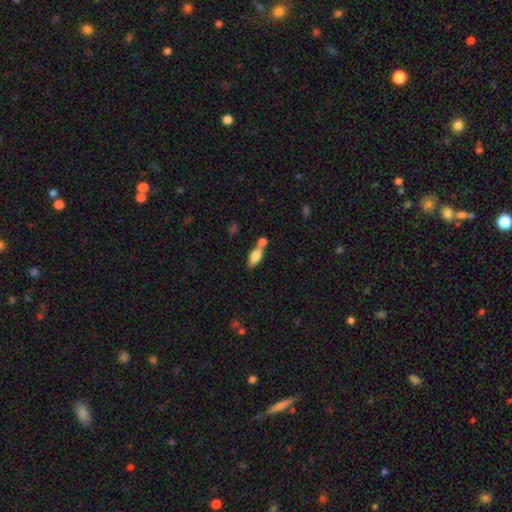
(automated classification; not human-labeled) A smooth galaxy with no disk features (77%) that is in between round and cigar-shaped (80%). Merging: merger (45%).